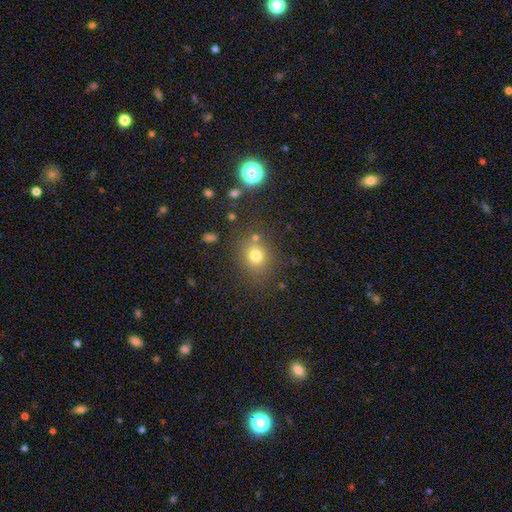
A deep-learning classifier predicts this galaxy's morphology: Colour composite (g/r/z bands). It shows a smooth galaxy with no disk features (75%) that is round (71%). Merging: none (75%).